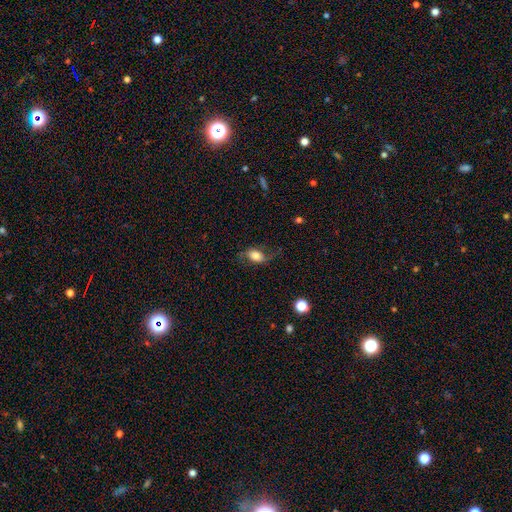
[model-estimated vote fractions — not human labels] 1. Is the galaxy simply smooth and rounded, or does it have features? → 52% smooth, 38% featured or disk, 10% star or artifact.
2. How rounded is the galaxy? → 79% in between, 18% round, 3% cigar-shaped.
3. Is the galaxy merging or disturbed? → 58% none, 22% minor disturbance, 19% major disturbance, 2% merger.